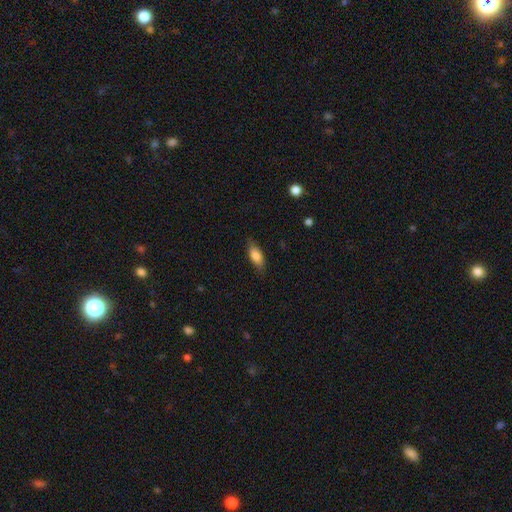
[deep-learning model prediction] Overall: smooth (80%). How rounded: in between (79%). Merging: none (79%).